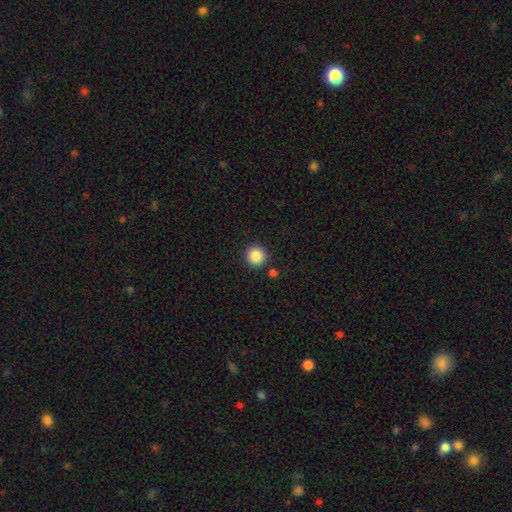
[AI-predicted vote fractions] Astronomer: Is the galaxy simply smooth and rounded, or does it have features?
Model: smooth — 87%.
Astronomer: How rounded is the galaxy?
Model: round — 95%.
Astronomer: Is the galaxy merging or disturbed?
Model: none — 88%.